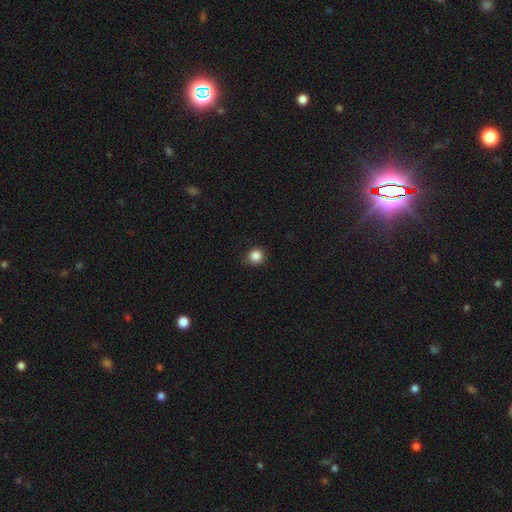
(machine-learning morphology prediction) Smooth or featured? smooth (86%)
How rounded? round (92%)
Merging? none (87%)